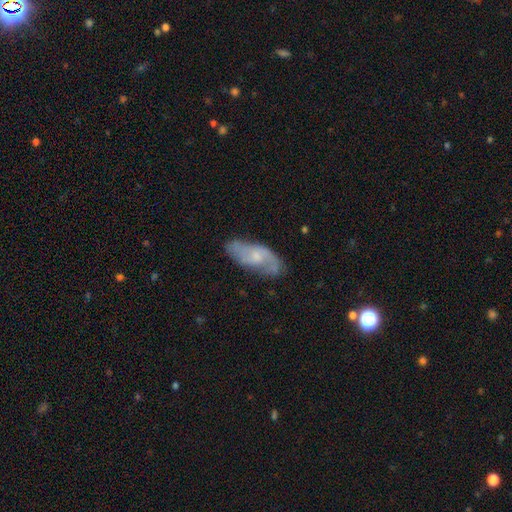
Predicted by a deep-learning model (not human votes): Overall: featured or disk (66%; smooth 27%). Edge-on disk: no (91%). Bar: no (57%; weak 38%). Spiral arms: yes (88%). Spiral arm count: 2 (73%). Spiral winding: medium (45%; loose 35%). Bulge size: small (53%; moderate 33%). Merging: none (70%).